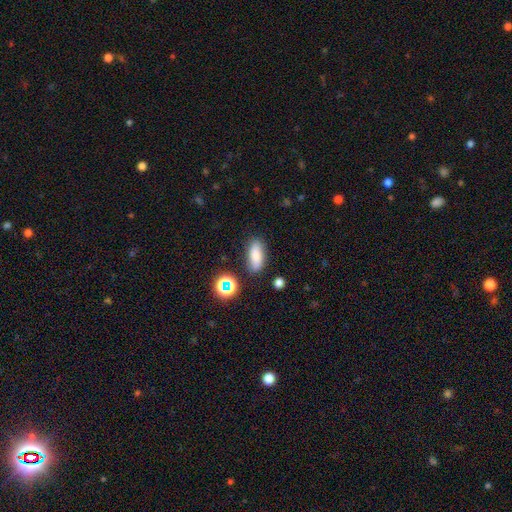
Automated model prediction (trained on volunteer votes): smooth_or_featured: smooth (p=0.74) [alt: featured or disk p=0.14]
how_rounded: in between (p=0.71) [alt: cigar-shaped p=0.24]
merging: none (p=0.81) [alt: minor disturbance p=0.13]